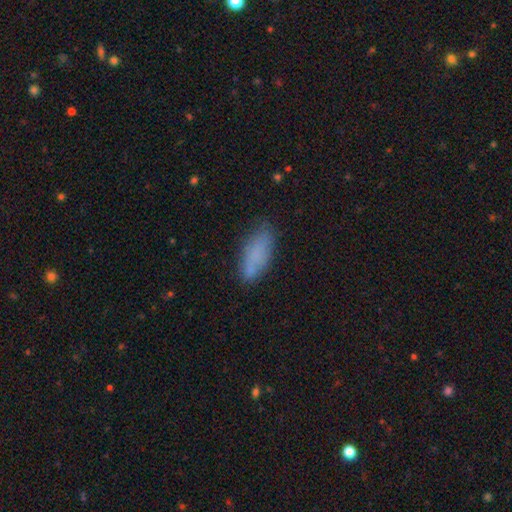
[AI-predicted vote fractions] Overall: smooth (79%). How rounded: in between (70%). Merging: none (74%).